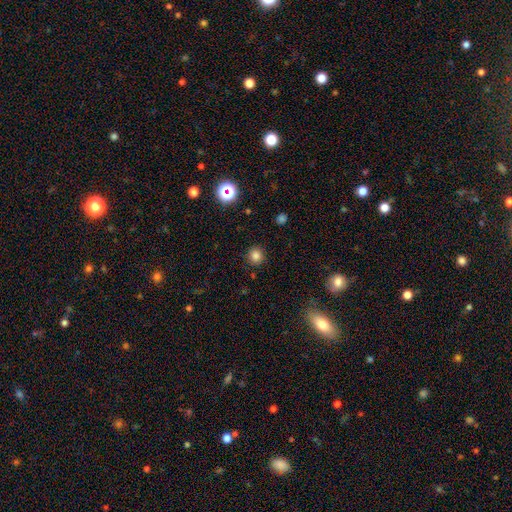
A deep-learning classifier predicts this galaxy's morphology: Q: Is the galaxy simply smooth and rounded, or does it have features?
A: smooth — 81%.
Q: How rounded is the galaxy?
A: round — 92%.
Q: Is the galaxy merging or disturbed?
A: none — 90%.